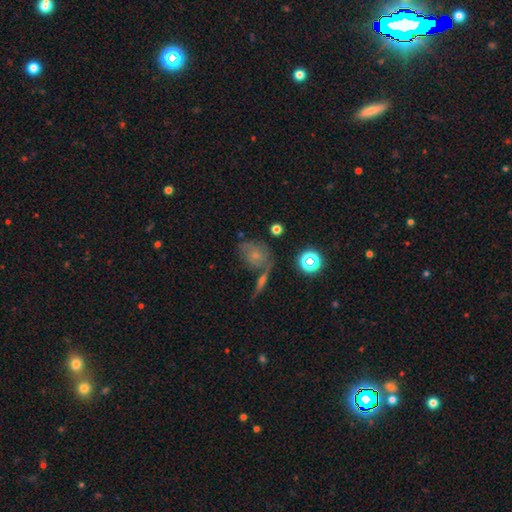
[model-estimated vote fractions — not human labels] smooth 51%, featured or disk 32%, star or artifact 18%. Down the decision tree: how rounded — in between (52%); merging — none (52%).